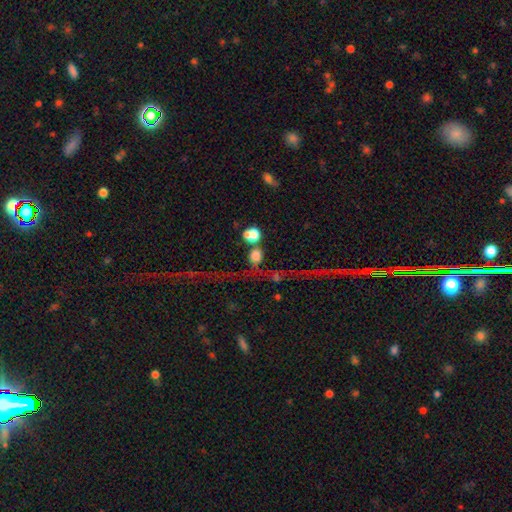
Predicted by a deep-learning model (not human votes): smooth_or_featured: smooth (p=0.69) [alt: star or artifact p=0.19]
how_rounded: round (p=0.85) [alt: in between p=0.13]
merging: none (p=0.51) [alt: merger p=0.28]